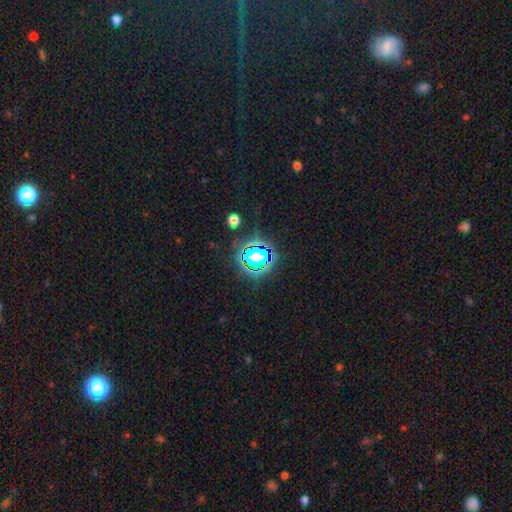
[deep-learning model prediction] Smooth or featured? Predicted: star or artifact (p=0.59).